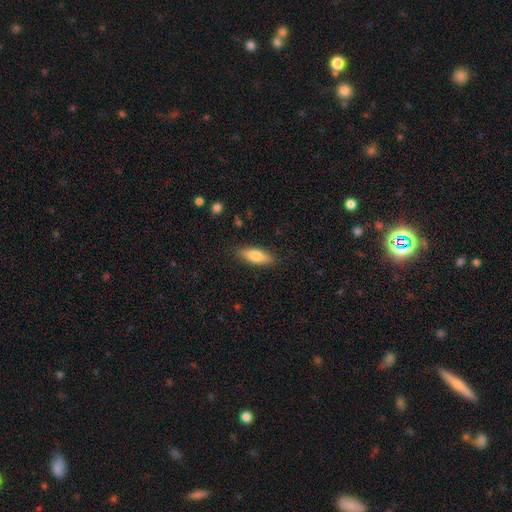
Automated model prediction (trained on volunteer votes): This is likely a smooth galaxy (73%). How rounded: possibly in between (60%). Merging: clearly none (86%).